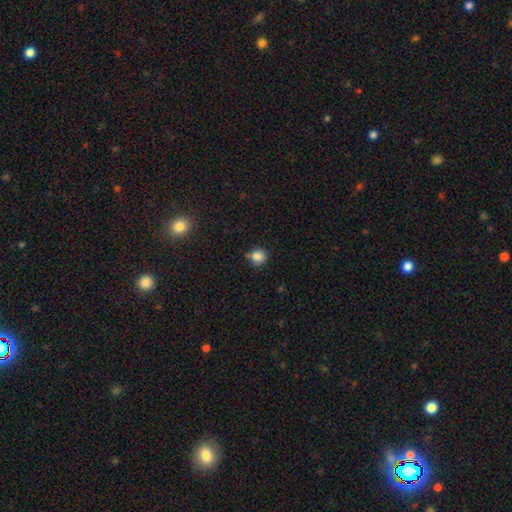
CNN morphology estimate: Overall: smooth (84%). How rounded: round (86%). Merging: none (71%).